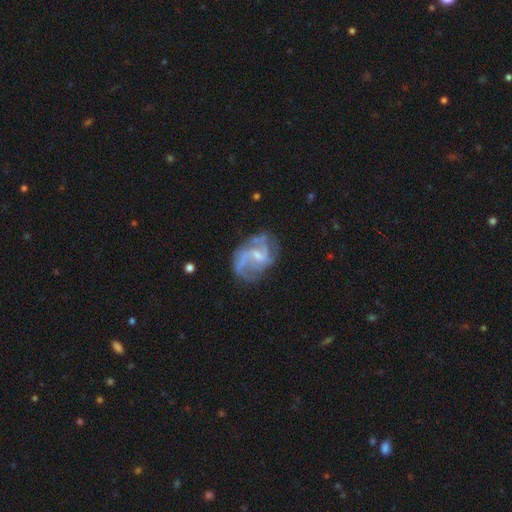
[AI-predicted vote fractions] Smooth or featured? featured or disk (84%)
Edge-on disk? no (98%)
Bar? weak (58%)
Spiral arms? yes (92%)
Spiral winding? loose (44%)
Spiral arm count? 2 (54%)
Bulge size? small (50%)
Merging? none (58%)